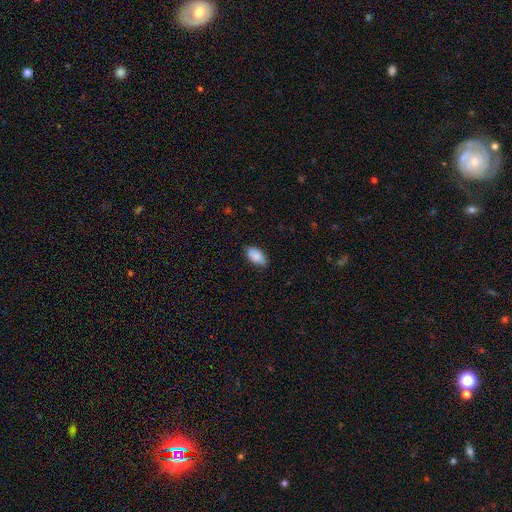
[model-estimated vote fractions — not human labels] This appears to be a smooth galaxy with no disk features (88%) that is in between round and cigar-shaped (94%). Merging: none (81%).